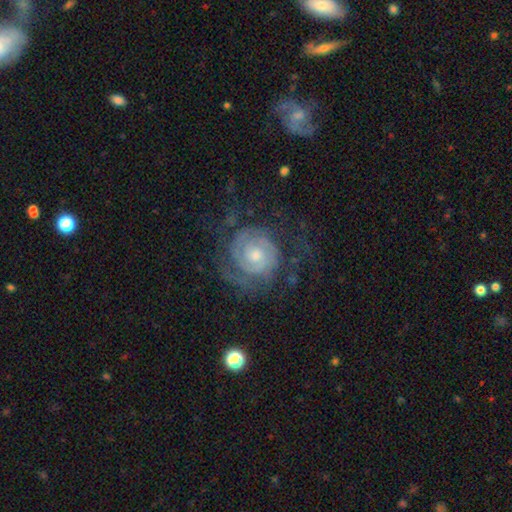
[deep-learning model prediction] Smooth or featured: featured or disk — 85% (smooth — 9%)
Edge-on disk: no — 98% (yes — 2%)
Bar: no — 69% (weak — 26%)
Spiral arms: yes — 95% (no — 5%)
Spiral winding: tight — 72% (medium — 21%)
Spiral arm count: 2 — 52% (can't tell — 23%)
Bulge size: small — 47% (moderate — 46%)
Merging: none — 64% (major disturbance — 17%)